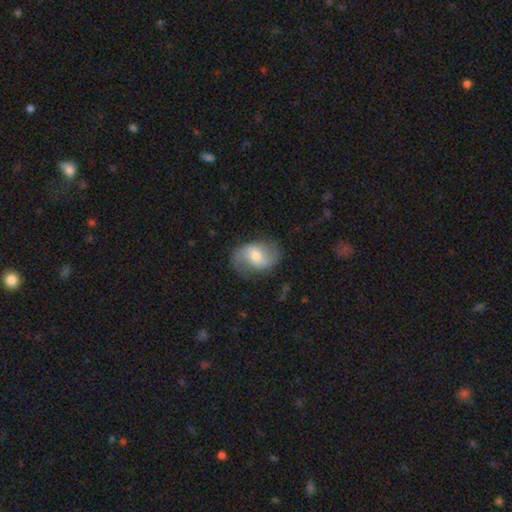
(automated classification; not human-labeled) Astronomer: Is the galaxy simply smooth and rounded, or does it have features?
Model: featured or disk — 66%.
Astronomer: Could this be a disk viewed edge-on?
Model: no — 97%.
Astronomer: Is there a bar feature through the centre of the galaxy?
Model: no — 48% (runner-up: weak, 38%).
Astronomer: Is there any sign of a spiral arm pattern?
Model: yes — 90%.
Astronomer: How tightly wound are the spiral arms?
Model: loose — 59%.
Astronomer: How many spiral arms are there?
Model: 2 — 90%.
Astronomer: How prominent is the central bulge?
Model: moderate — 51% (runner-up: small, 42%).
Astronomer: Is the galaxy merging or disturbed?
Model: none — 74%.